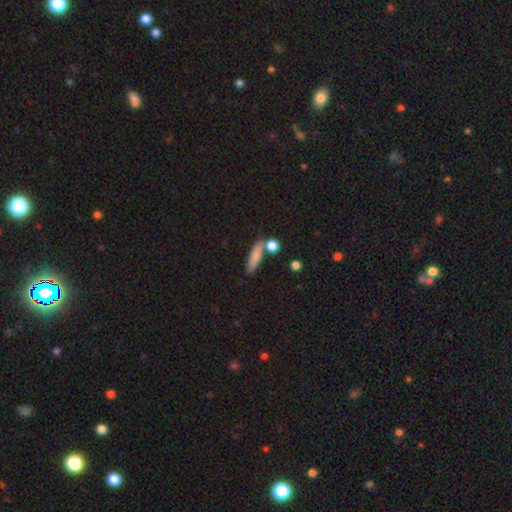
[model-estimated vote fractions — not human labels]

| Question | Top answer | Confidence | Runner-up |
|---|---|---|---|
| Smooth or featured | smooth | 80% | featured or disk (12%) |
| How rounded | cigar-shaped | 63% | in between (30%) |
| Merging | none | 71% | merger (14%) |